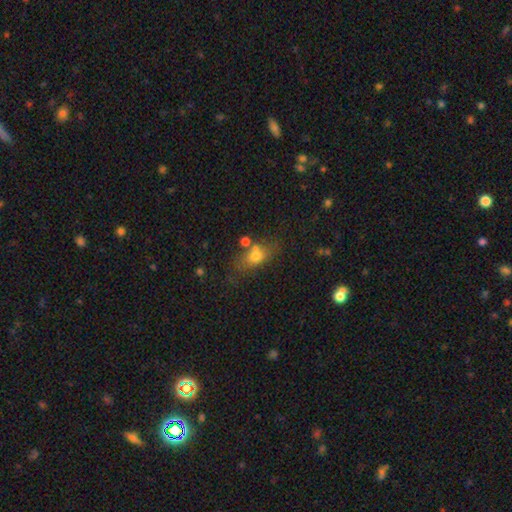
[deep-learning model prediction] smooth 68%, featured or disk 20%, star or artifact 12%. Down the decision tree: how rounded — in between (71%); merging — none (52%).